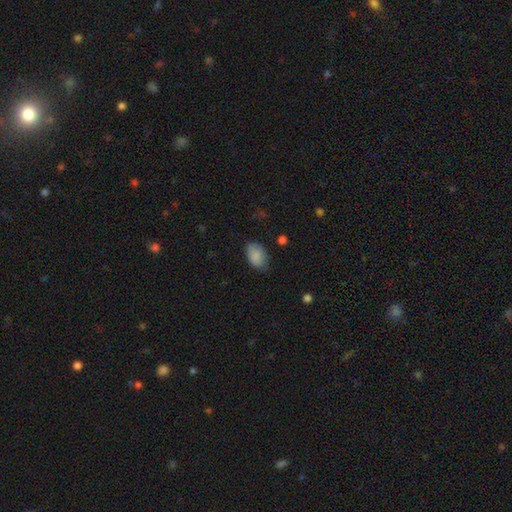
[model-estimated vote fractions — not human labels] The model was most divided on "merging": none: 71%, minor disturbance: 23%, major disturbance: 4%, merger: 1%. More confident: how rounded — in between (90%); smooth or featured — smooth (86%).